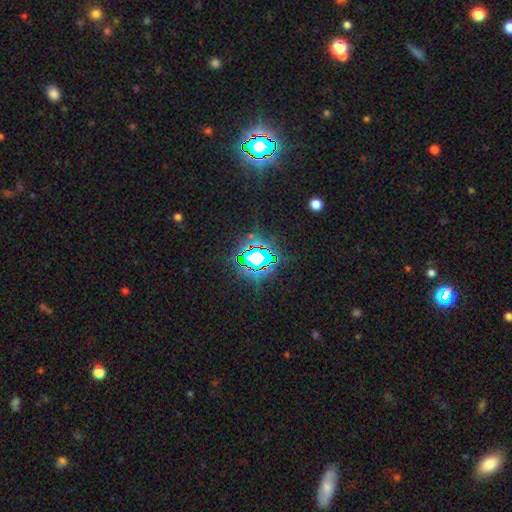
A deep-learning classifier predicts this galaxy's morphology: smooth_or_featured: star or artifact (p=0.78) [alt: smooth p=0.12]